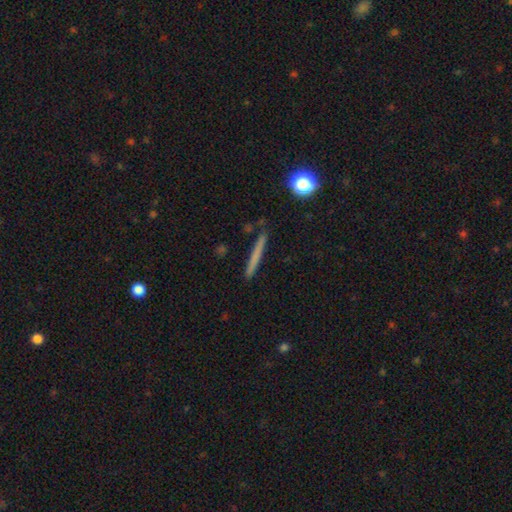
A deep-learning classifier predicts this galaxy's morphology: A smooth galaxy with no disk features (63%) that is cigar-shaped (95%).

Vote fractions:
- Smooth or featured? smooth: 63% / featured or disk: 30% / star or artifact: 8%
- How rounded? cigar-shaped: 95% / in between: 2% / round: 2%
- Merging? none: 88% / minor disturbance: 8% / merger: 2% / major disturbance: 2%